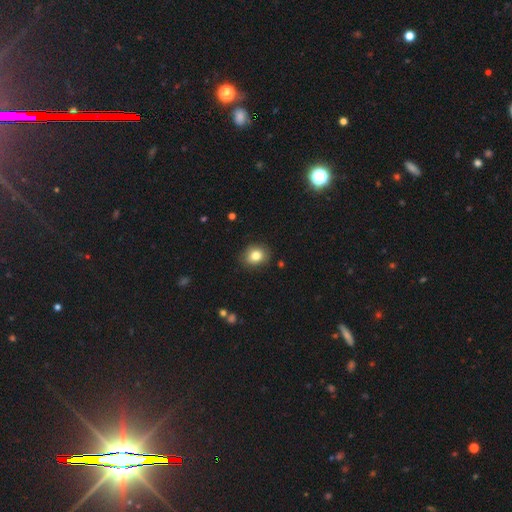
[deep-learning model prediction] Morphology: type=smooth (82%); roundness=round (61%); merging=none (86%).